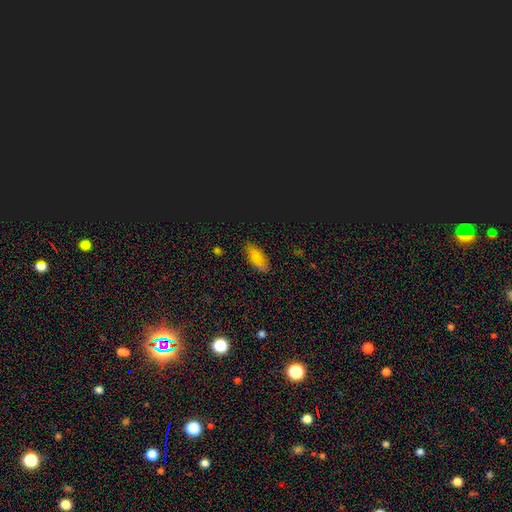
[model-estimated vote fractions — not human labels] smooth_or_featured: smooth (p=0.57) [alt: star or artifact p=0.24]
how_rounded: in between (p=0.82) [alt: cigar-shaped p=0.12]
merging: none (p=0.81) [alt: minor disturbance p=0.14]